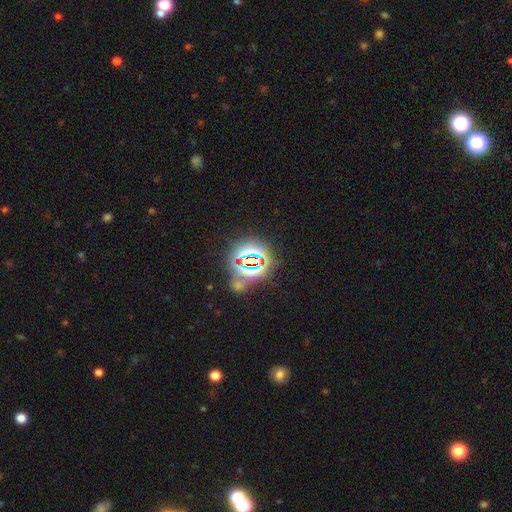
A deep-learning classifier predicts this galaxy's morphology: smooth_or_featured: star or artifact (p=0.77) [alt: smooth p=0.13]